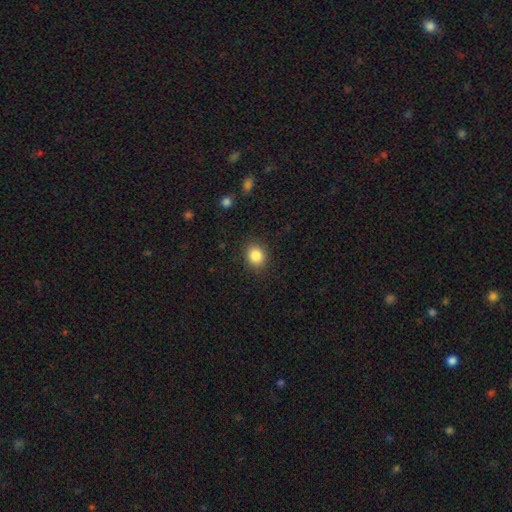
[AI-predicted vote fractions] Smooth or featured? Predicted: smooth (p=0.85). How rounded? Predicted: round (p=0.68). Merging? Predicted: none (p=0.88).